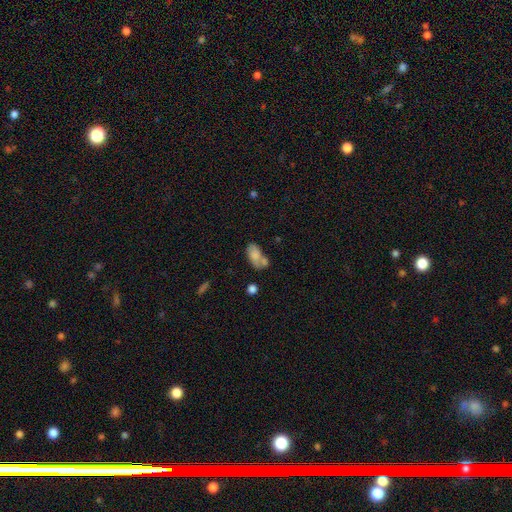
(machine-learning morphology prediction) The model was most divided on "merging": merger: 39%, none: 35%, minor disturbance: 18%, major disturbance: 9%. More confident: how rounded — in between (91%); smooth or featured — smooth (75%).